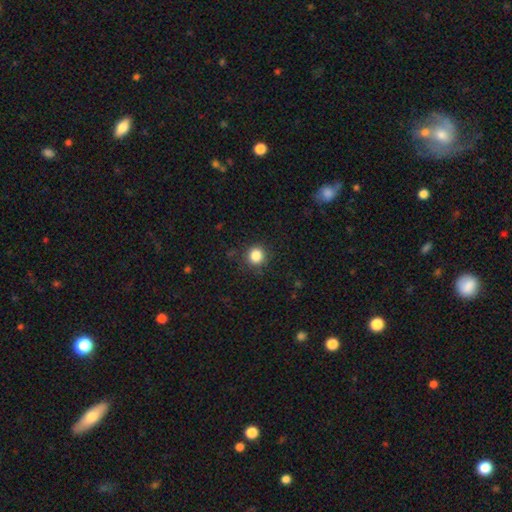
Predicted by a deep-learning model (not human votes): Smooth or featured: smooth — 85% (star or artifact — 11%)
How rounded: round — 92% (in between — 7%)
Merging: none — 89% (minor disturbance — 8%)